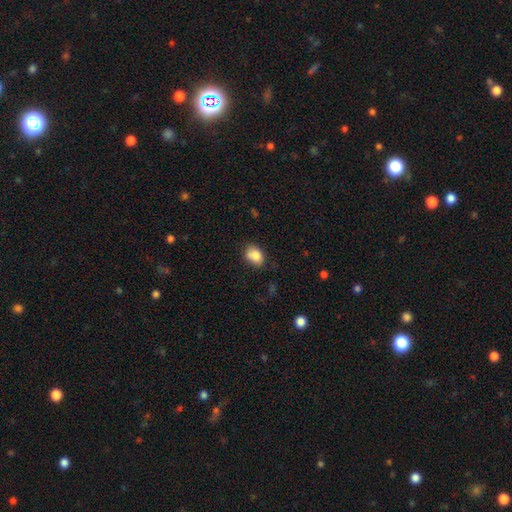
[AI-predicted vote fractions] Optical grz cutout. It shows a smooth galaxy with no disk features (82%) that is in between round and cigar-shaped (70%). Merging: none (66%).